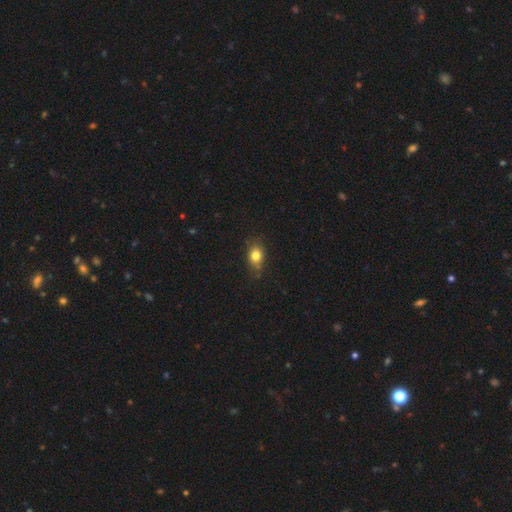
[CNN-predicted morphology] Q: Smooth or featured?
A: smooth (80%); runner-up: star or artifact (11%)
Q: How rounded?
A: in between (60%); runner-up: round (38%)
Q: Merging?
A: none (73%); runner-up: minor disturbance (20%)